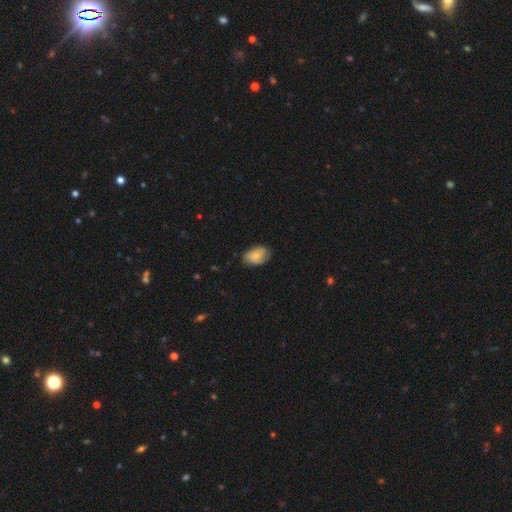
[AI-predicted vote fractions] This is possibly a smooth galaxy (57%). How rounded: clearly in between (85%). Merging: likely none (62%).